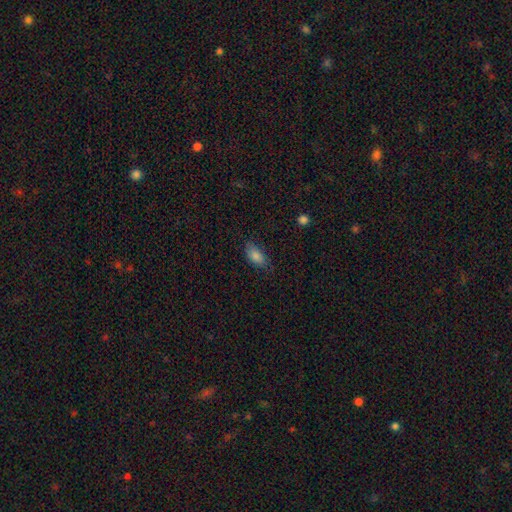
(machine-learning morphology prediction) smooth-or-featured: smooth: 83% | featured or disk: 9% | star or artifact: 9%
  how-rounded: in between: 89% | cigar-shaped: 7% | round: 4%
  merging: none: 75% | minor disturbance: 20% | major disturbance: 4% | merger: 1%